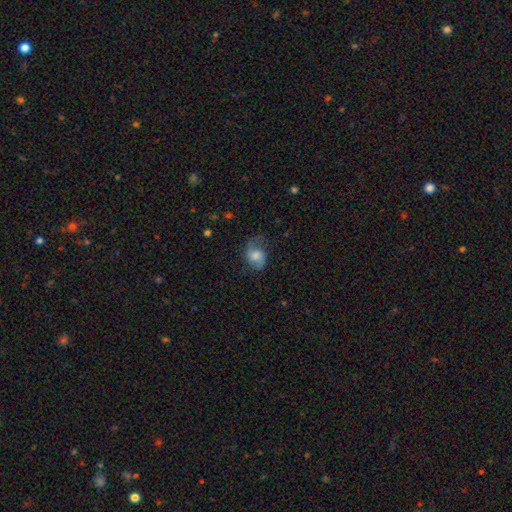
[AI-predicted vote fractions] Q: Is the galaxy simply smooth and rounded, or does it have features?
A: smooth — 48%.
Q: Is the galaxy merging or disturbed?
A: none — 59%.